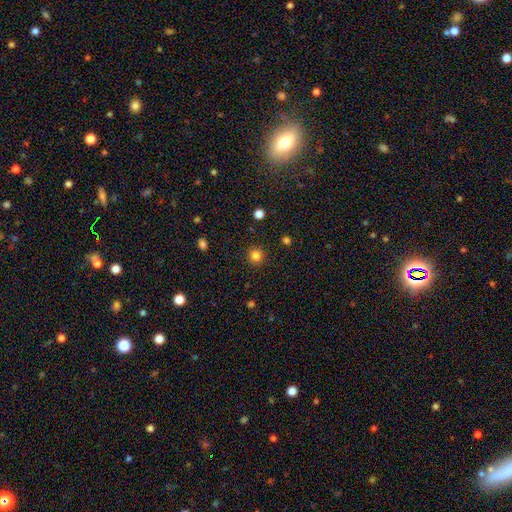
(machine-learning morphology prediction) A smooth galaxy with no disk features (82%) that is round (94%). Merging: none (92%).